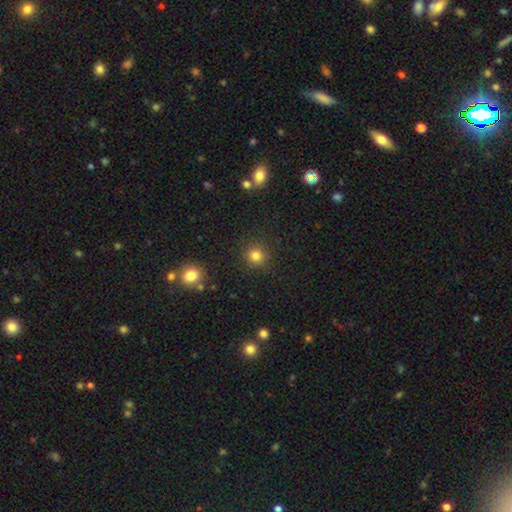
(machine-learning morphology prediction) Smooth or featured: smooth — 82% (star or artifact — 13%)
How rounded: round — 93% (in between — 6%)
Merging: none — 90% (minor disturbance — 6%)